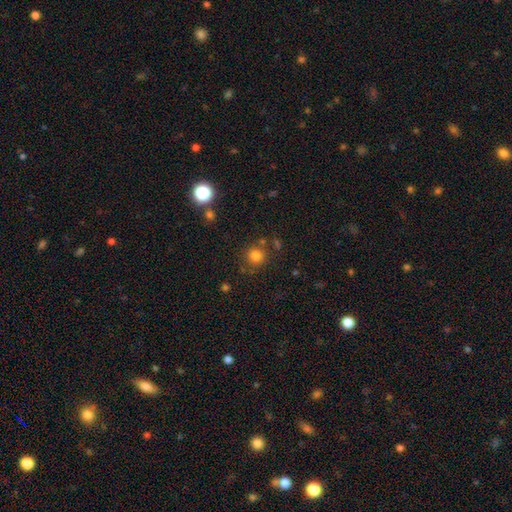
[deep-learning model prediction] Smooth or featured: smooth — 79% (star or artifact — 14%)
How rounded: round — 91% (in between — 8%)
Merging: none — 77% (minor disturbance — 11%)